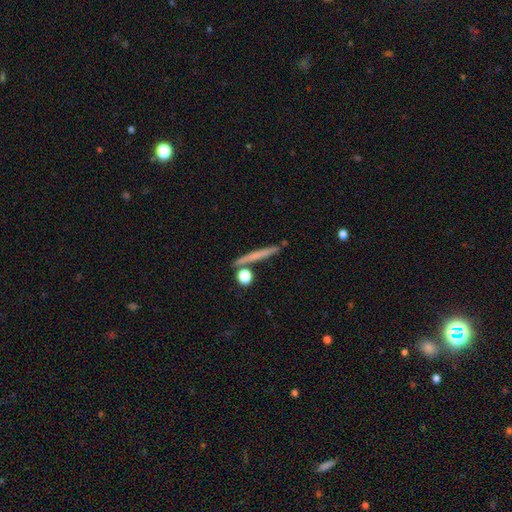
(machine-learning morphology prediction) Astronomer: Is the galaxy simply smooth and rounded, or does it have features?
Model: smooth — 53% (runner-up: featured or disk, 38%).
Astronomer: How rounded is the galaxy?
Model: cigar-shaped — 90%.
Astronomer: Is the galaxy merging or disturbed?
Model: none — 82%.